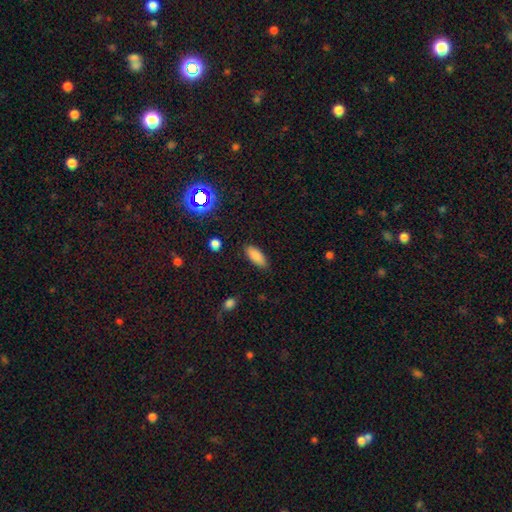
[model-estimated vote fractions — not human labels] This appears to be a smooth galaxy with no disk features (85%) that is in between round and cigar-shaped (78%). Merging: none (86%).